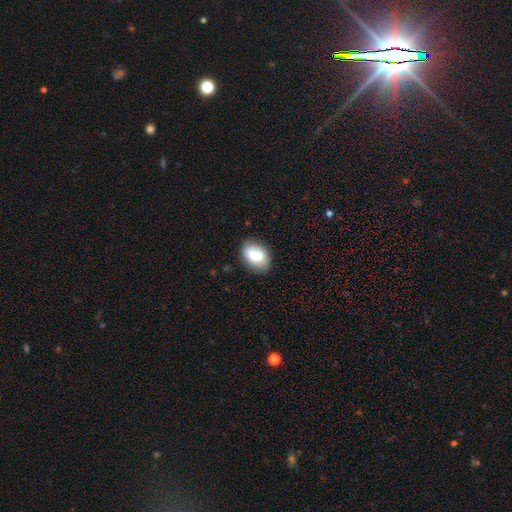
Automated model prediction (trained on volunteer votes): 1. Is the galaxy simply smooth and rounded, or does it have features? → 77% smooth, 15% featured or disk, 7% star or artifact.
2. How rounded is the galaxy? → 84% in between, 15% round, 1% cigar-shaped.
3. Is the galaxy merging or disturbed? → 78% none, 17% minor disturbance, 4% major disturbance, 2% merger.